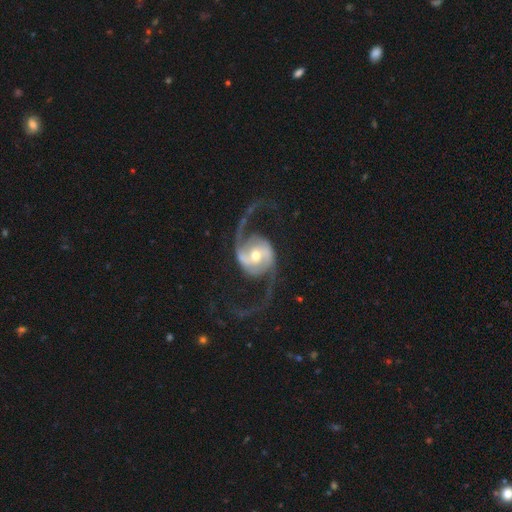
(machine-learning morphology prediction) Smooth or featured: featured or disk — 91% (smooth — 5%)
Edge-on disk: no — 98% (yes — 2%)
Bar: weak — 37% (strong — 32%)
Spiral arms: yes — 97% (no — 3%)
Spiral winding: loose — 65% (medium — 28%)
Spiral arm count: 2 — 94% (1 — 2%)
Bulge size: moderate — 62% (small — 30%)
Merging: none — 69% (major disturbance — 17%)